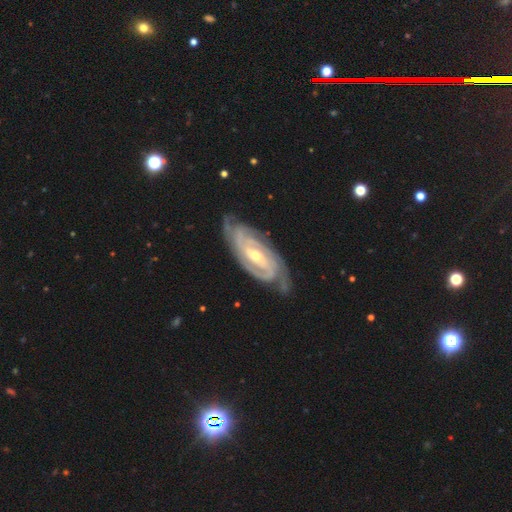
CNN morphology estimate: A featured or disk galaxy (92%) with a weak bar (37%), 2 (31%) tight (76%) spiral arms (98%) and a small central bulge (53%). Merging: none (75%).